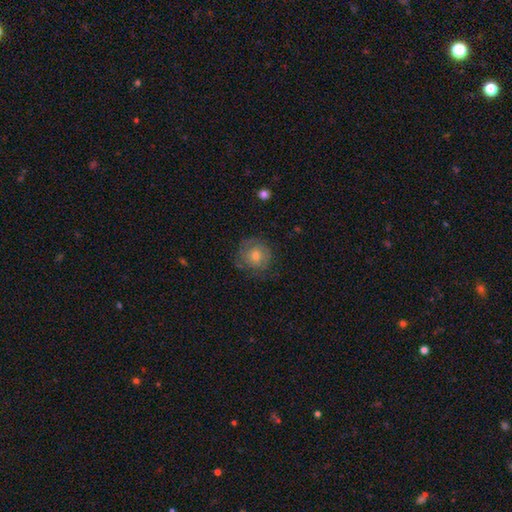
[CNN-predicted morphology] smooth 48%, featured or disk 41%, star or artifact 11%. Down the decision tree: merging — none (72%).